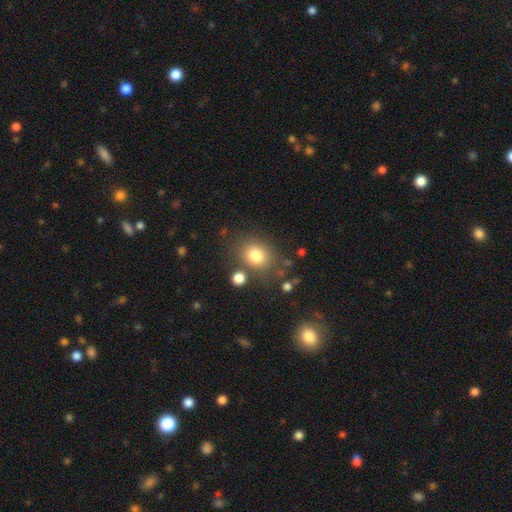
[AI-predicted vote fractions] Smooth or featured?
  - smooth: 79% *
  - star or artifact: 12%
  - featured or disk: 9%
How rounded?
  - round: 58% *
  - in between: 41%
  - cigar-shaped: 1%
Merging?
  - none: 73% *
  - minor disturbance: 13%
  - merger: 8%
  - major disturbance: 6%